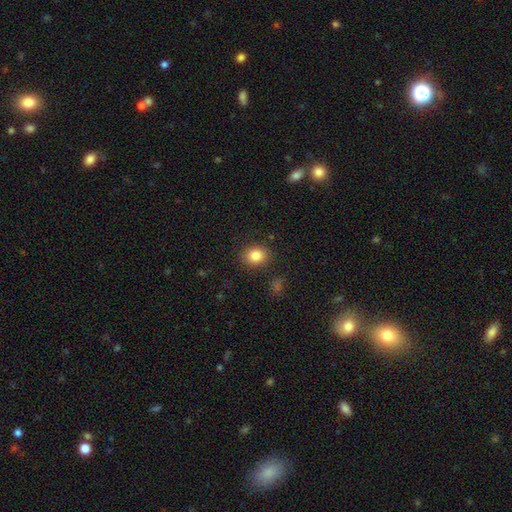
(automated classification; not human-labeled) smooth_or_featured: smooth (p=0.84) [alt: star or artifact p=0.09]
how_rounded: round (p=0.57) [alt: in between p=0.42]
merging: none (p=0.86) [alt: minor disturbance p=0.09]